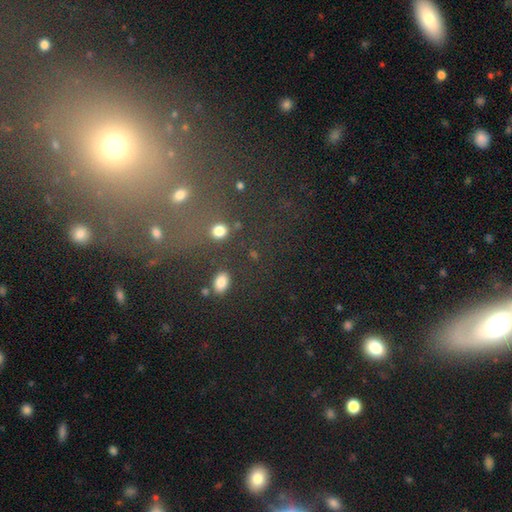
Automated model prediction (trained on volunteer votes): The model was most divided on "smooth or featured": star or artifact: 50%, smooth: 34%, featured or disk: 17%.